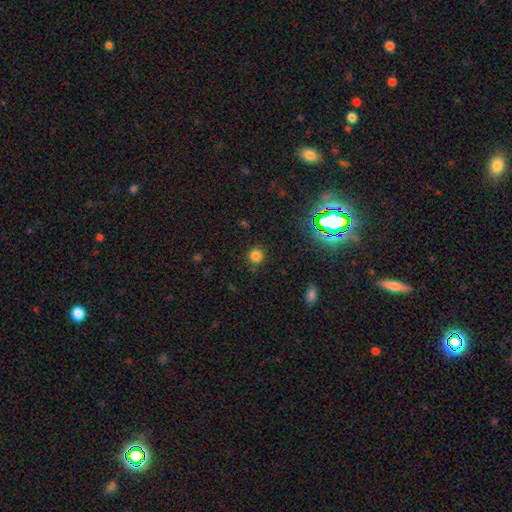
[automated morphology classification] The model was most divided on "smooth or featured": smooth: 77%, star or artifact: 18%, featured or disk: 5%. More confident: how rounded — round (93%); merging — none (86%).